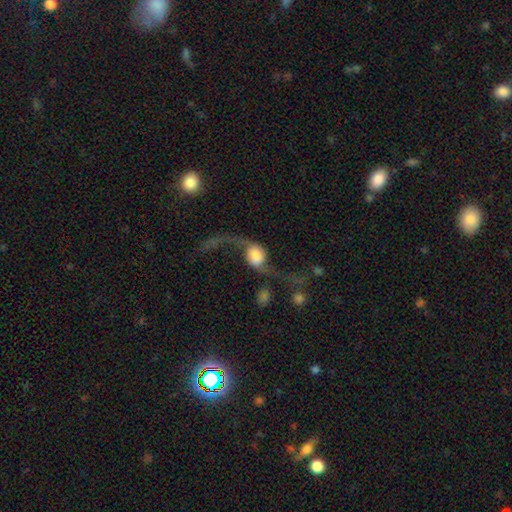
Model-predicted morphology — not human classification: Smooth or featured? featured or disk (72%)
Edge-on disk? no (93%)
Bar? no (60%)
Spiral arms? yes (89%)
Spiral winding? loose (95%)
Spiral arm count? 2 (91%)
Bulge size? large (36%)
Merging? major disturbance (36%)